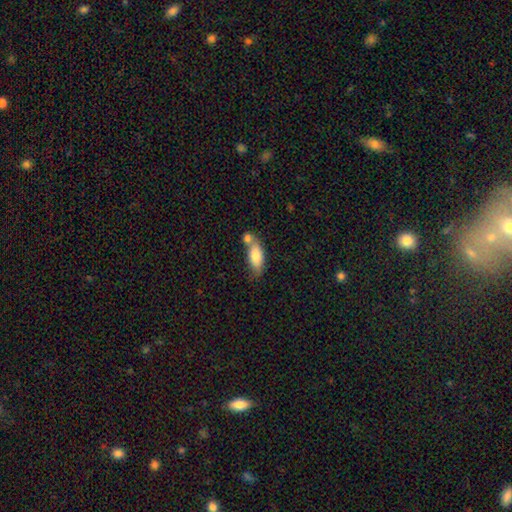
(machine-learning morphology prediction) smooth_or_featured: smooth (p=0.77) [alt: featured or disk p=0.17]
how_rounded: in between (p=0.78) [alt: cigar-shaped p=0.18]
merging: merger (p=0.44) [alt: none p=0.36]